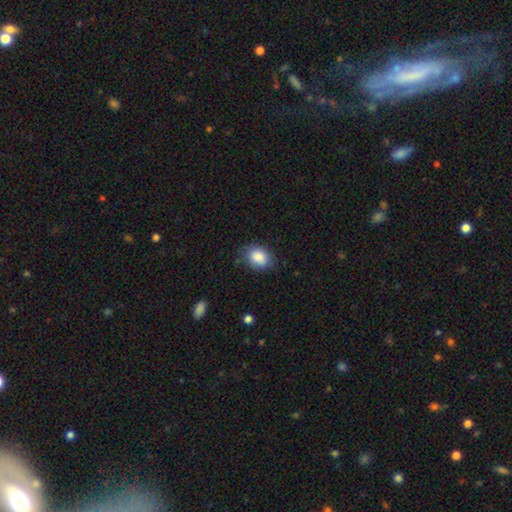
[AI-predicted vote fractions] Smooth or featured: smooth — 86% (star or artifact — 8%)
How rounded: in between — 61% (round — 38%)
Merging: none — 78% (minor disturbance — 17%)